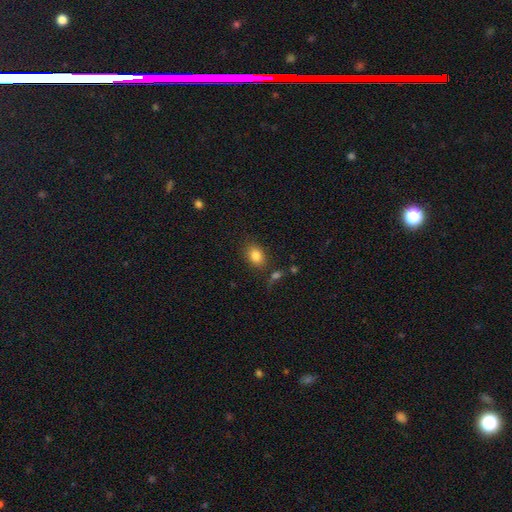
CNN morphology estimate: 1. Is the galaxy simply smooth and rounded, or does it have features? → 83% smooth, 9% star or artifact, 7% featured or disk.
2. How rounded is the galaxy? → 65% in between, 33% round, 1% cigar-shaped.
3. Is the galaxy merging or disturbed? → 77% none, 12% minor disturbance, 6% merger, 5% major disturbance.